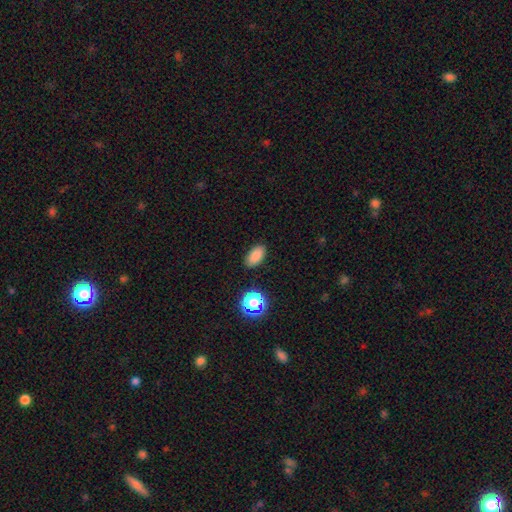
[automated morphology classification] Smooth or featured: smooth — 83% (star or artifact — 12%)
How rounded: in between — 90% (round — 7%)
Merging: none — 86% (minor disturbance — 9%)